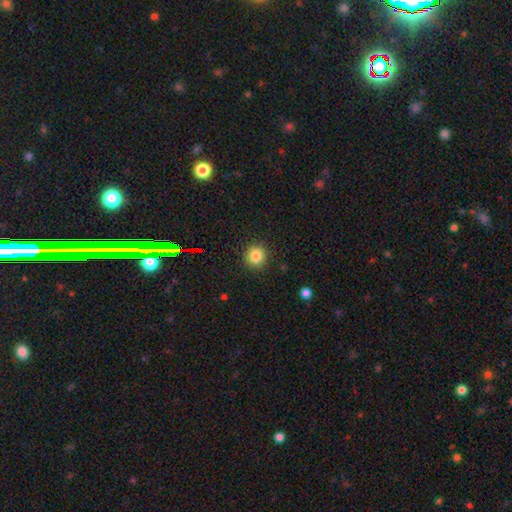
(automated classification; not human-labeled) Smooth or featured: smooth — 84% (star or artifact — 12%)
How rounded: round — 89% (in between — 10%)
Merging: none — 90% (minor disturbance — 7%)